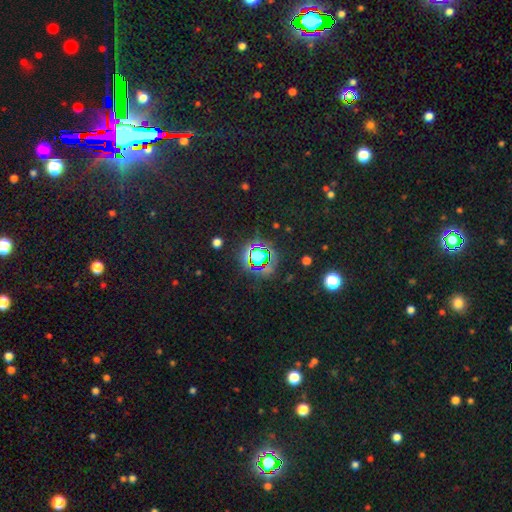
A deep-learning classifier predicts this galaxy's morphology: Smooth or featured: star or artifact — 65% (smooth — 25%)